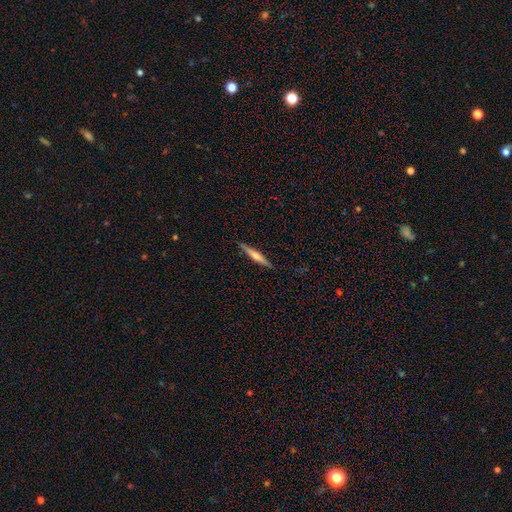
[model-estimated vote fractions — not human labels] Smooth or featured?
  - featured or disk: 55% *
  - smooth: 39%
  - star or artifact: 6%
Edge-on disk?
  - yes: 97% *
  - no: 3%
Edge-on bulge?
  - rounded: 68% *
  - none: 19%
  - boxy: 13%
Merging?
  - none: 90% *
  - minor disturbance: 8%
  - major disturbance: 2%
  - merger: 1%